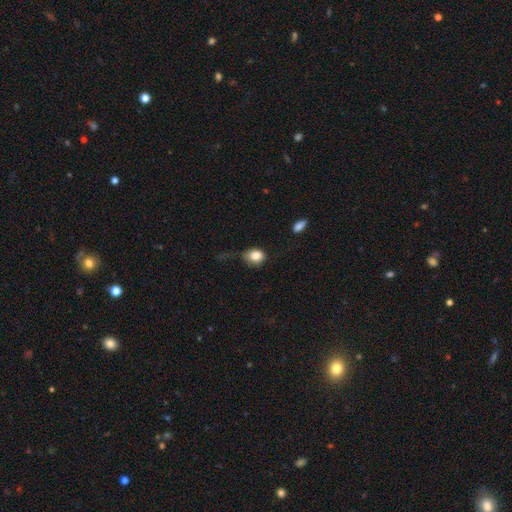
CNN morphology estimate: A smooth galaxy with no disk features (83%) that is round (52%).

Vote fractions:
- Smooth or featured? smooth: 83% / star or artifact: 9% / featured or disk: 8%
- How rounded? round: 52% / in between: 47% / cigar-shaped: 1%
- Merging? none: 45% / minor disturbance: 31% / major disturbance: 20% / merger: 3%